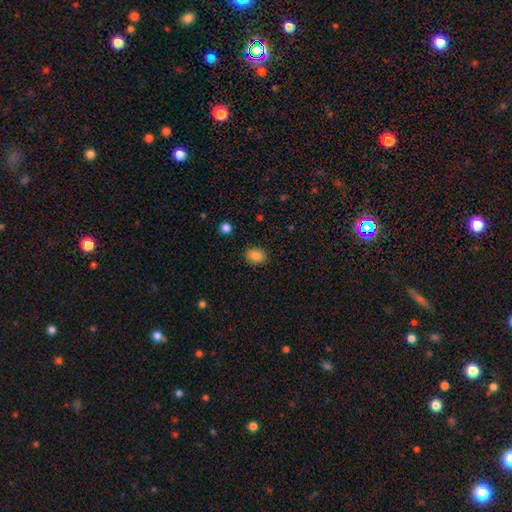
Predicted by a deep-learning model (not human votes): This is clearly a smooth galaxy (86%). How rounded: possibly in between (50%). Merging: clearly none (87%).